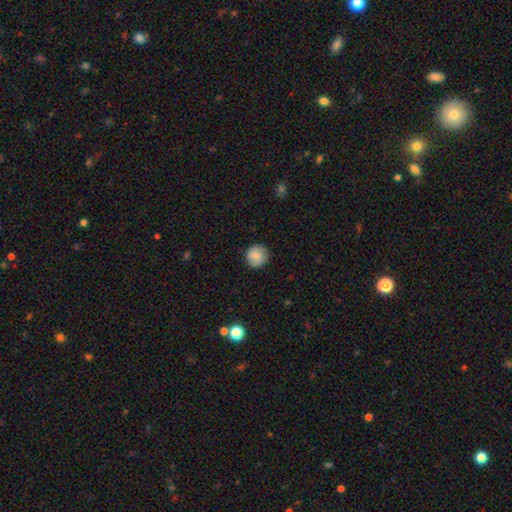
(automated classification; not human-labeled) Smooth or featured?
  - smooth: 81% *
  - featured or disk: 11%
  - star or artifact: 8%
How rounded?
  - round: 93% *
  - in between: 6%
  - cigar-shaped: 1%
Merging?
  - none: 86% *
  - minor disturbance: 11%
  - major disturbance: 2%
  - merger: 1%